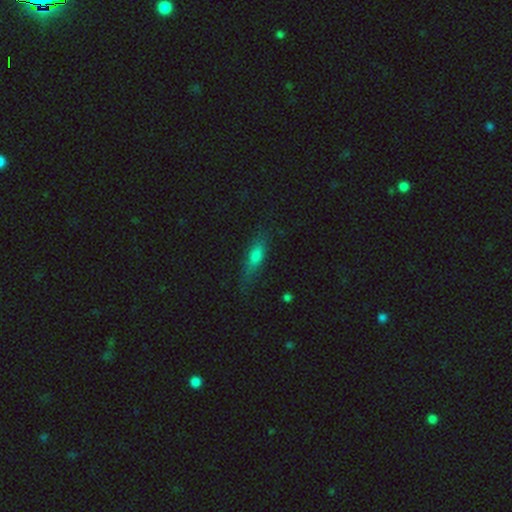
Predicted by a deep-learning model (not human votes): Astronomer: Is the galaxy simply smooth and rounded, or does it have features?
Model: smooth — 70%.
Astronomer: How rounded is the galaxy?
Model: cigar-shaped — 51% (runner-up: in between, 45%).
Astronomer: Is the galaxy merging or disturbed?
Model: none — 71%.